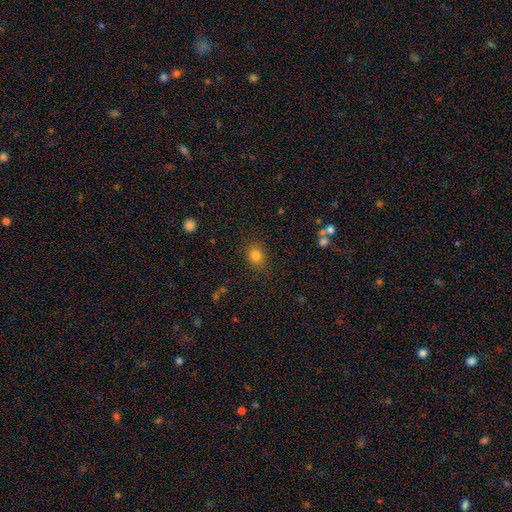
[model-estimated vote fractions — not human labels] smooth_or_featured: smooth (p=0.82) [alt: star or artifact p=0.12]
how_rounded: round (p=0.59) [alt: in between p=0.40]
merging: none (p=0.84) [alt: minor disturbance p=0.11]